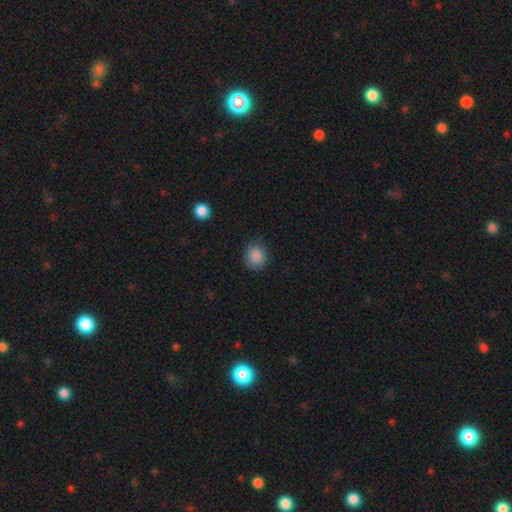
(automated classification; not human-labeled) smooth-or-featured: smooth: 88% | star or artifact: 9% | featured or disk: 3%
  how-rounded: round: 83% | in between: 16% | cigar-shaped: 1%
  merging: none: 84% | minor disturbance: 12% | major disturbance: 3% | merger: 1%